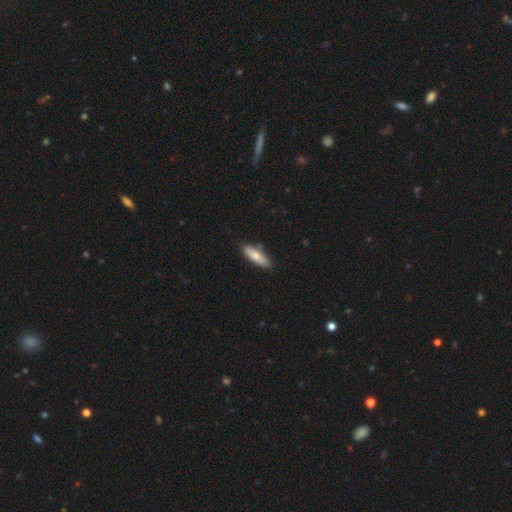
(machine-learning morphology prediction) Smooth or featured?
  - smooth: 78% *
  - featured or disk: 16%
  - star or artifact: 6%
How rounded?
  - cigar-shaped: 55% *
  - in between: 43%
  - round: 2%
Merging?
  - none: 83% *
  - minor disturbance: 13%
  - merger: 2%
  - major disturbance: 2%